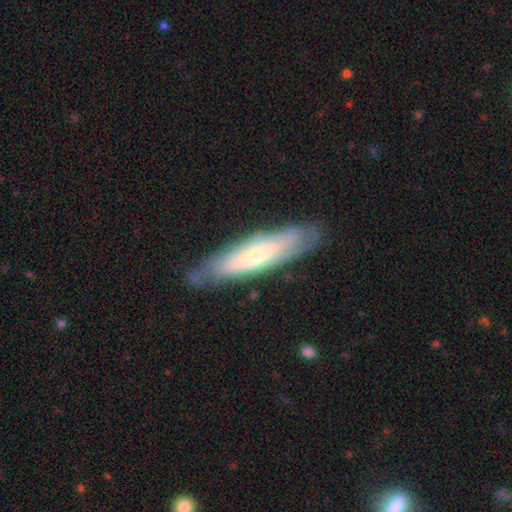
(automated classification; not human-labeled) Q: Smooth or featured?
A: featured or disk (62%); runner-up: smooth (32%)
Q: Edge-on disk?
A: no (54%); runner-up: yes (46%)
Q: Merging?
A: none (78%); runner-up: minor disturbance (16%)